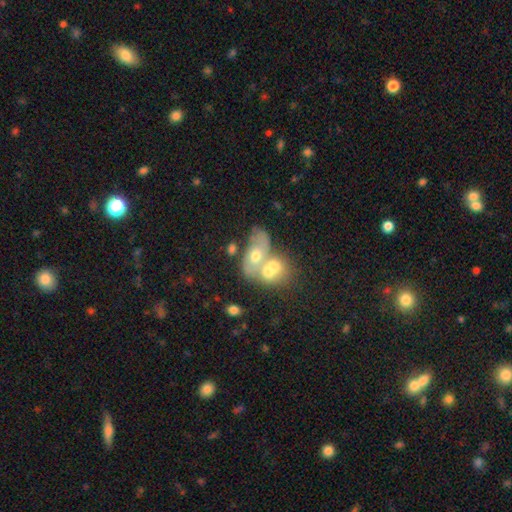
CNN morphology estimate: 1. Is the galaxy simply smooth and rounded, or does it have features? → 46% smooth, 45% featured or disk, 9% star or artifact.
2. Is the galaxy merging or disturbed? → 73% merger, 13% none, 7% minor disturbance, 7% major disturbance.